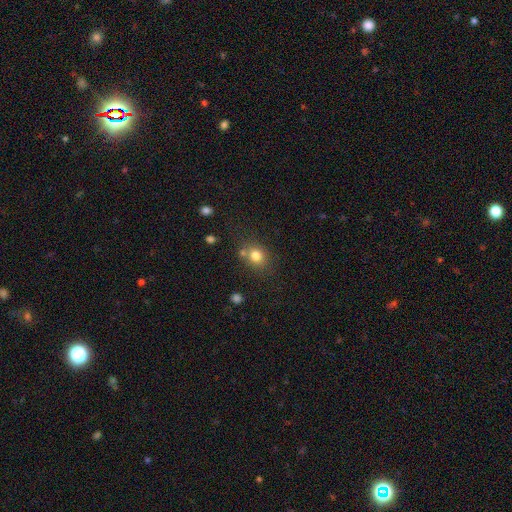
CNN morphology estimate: Q: Smooth or featured?
A: smooth (78%); runner-up: star or artifact (13%)
Q: How rounded?
A: round (67%); runner-up: in between (32%)
Q: Merging?
A: none (66%); runner-up: merger (17%)